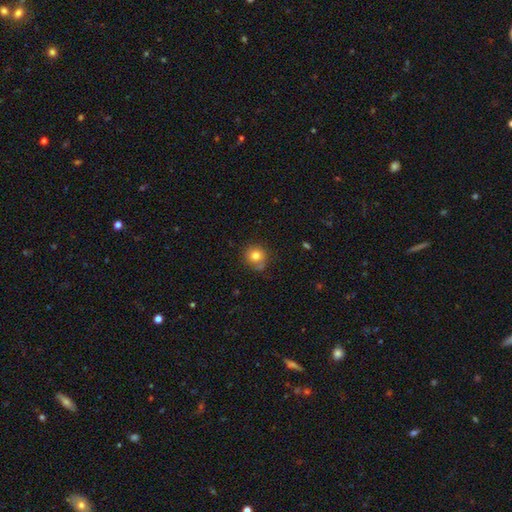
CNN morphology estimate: Smooth or featured: smooth — 79% (star or artifact — 11%)
How rounded: round — 87% (in between — 12%)
Merging: none — 71% (minor disturbance — 20%)